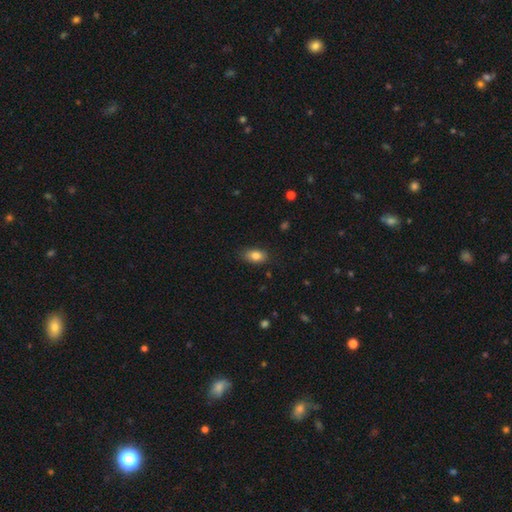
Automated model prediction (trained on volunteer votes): Q: Smooth or featured?
A: smooth (83%); runner-up: featured or disk (8%)
Q: How rounded?
A: in between (88%); runner-up: round (9%)
Q: Merging?
A: none (82%); runner-up: minor disturbance (14%)